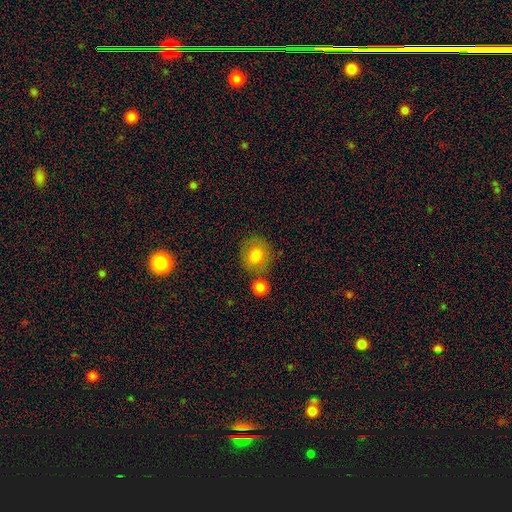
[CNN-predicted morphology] type=smooth (81%); roundness=round (85%); merging=none (68%).